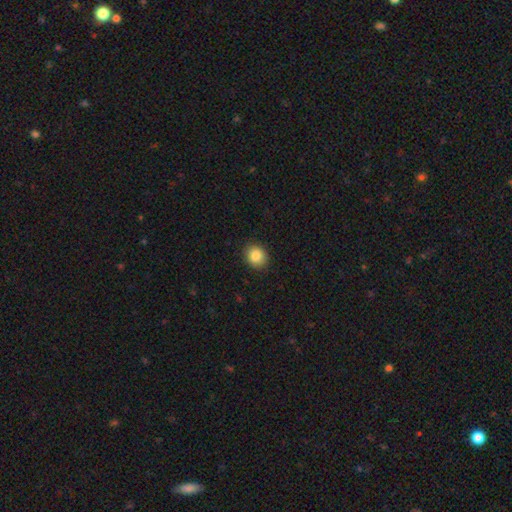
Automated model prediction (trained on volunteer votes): smooth-or-featured: smooth: 86% | star or artifact: 9% | featured or disk: 5%
  how-rounded: round: 69% | in between: 30% | cigar-shaped: 1%
  merging: none: 89% | minor disturbance: 8% | major disturbance: 2% | merger: 1%